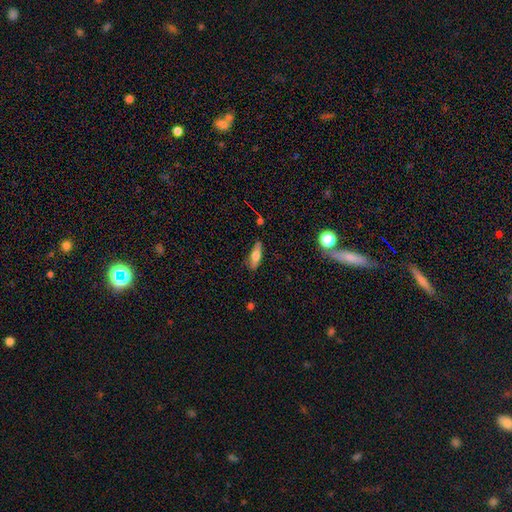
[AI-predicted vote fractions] Overall: smooth (60%; featured or disk 33%). How rounded: in between (52%; cigar-shaped 45%). Merging: none (79%).